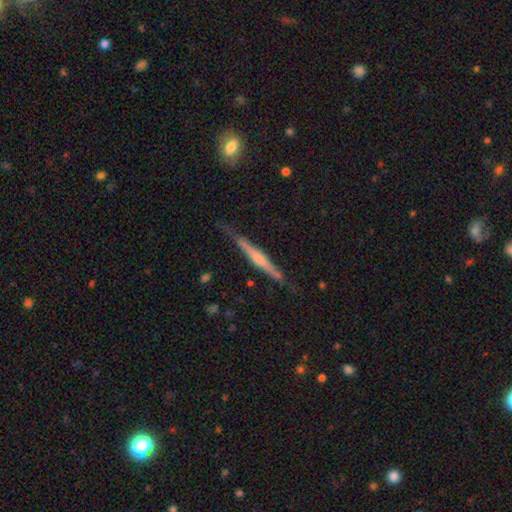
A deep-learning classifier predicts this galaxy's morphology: A featured or disk galaxy (67%) viewed edge-on (97%) with a rounded central bulge (44%).

Vote fractions:
- Smooth or featured? featured or disk: 67% / smooth: 27% / star or artifact: 6%
- Edge-on disk? yes: 97% / no: 3%
- Edge-on bulge? rounded: 44% / none: 31% / boxy: 25%
- Merging? none: 78% / minor disturbance: 17% / major disturbance: 3% / merger: 2%